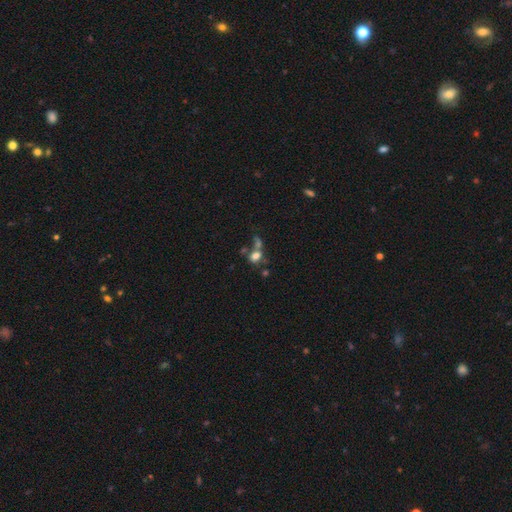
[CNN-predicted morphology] The model was most divided on "merging": merger: 44%, none: 32%, major disturbance: 12%, minor disturbance: 12%. More confident: smooth or featured — smooth (68%); how rounded — in between (60%).